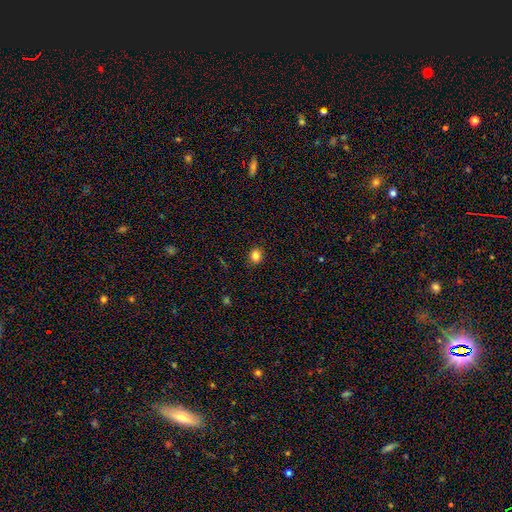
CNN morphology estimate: Overall: smooth (82%). How rounded: round (73%). Merging: none (90%).